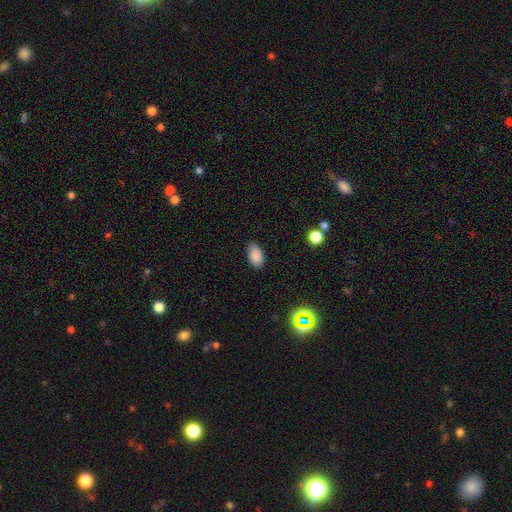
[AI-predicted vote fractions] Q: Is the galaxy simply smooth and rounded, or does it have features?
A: smooth — 87%.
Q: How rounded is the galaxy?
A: in between — 92%.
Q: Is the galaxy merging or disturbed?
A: none — 83%.